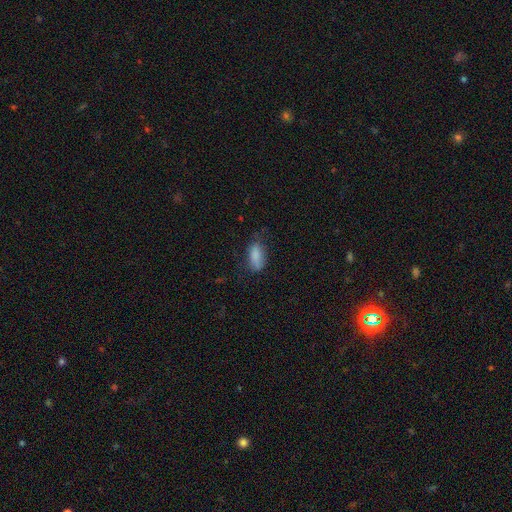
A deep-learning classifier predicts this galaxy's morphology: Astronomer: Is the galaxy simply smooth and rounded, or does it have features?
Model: smooth — 83%.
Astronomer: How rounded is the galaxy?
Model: in between — 84%.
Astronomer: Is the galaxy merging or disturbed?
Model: none — 59%.